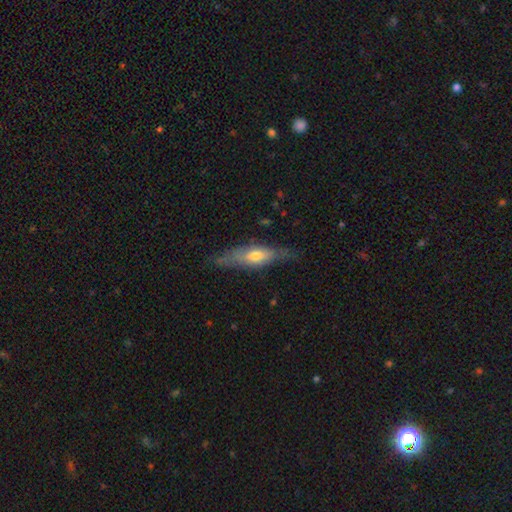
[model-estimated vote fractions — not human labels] Morphology: type=smooth (49%); merging=none (67%).